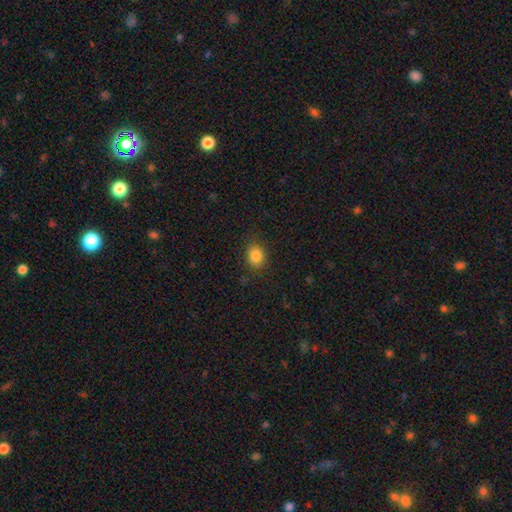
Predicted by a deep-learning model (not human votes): Smooth or featured: smooth — 85% (star or artifact — 10%)
How rounded: round — 53% (in between — 46%)
Merging: none — 84% (minor disturbance — 12%)